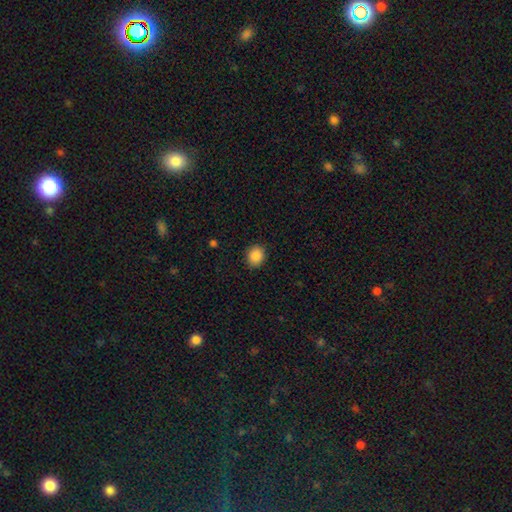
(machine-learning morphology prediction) Smooth or featured?
  - smooth: 88% *
  - star or artifact: 9%
  - featured or disk: 3%
How rounded?
  - round: 68% *
  - in between: 31%
  - cigar-shaped: 1%
Merging?
  - none: 88% *
  - minor disturbance: 9%
  - major disturbance: 2%
  - merger: 1%